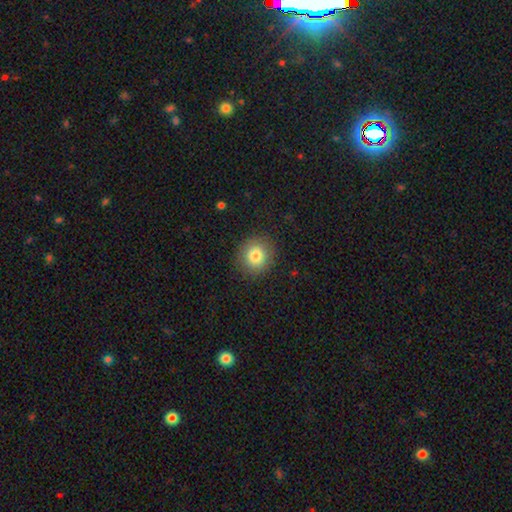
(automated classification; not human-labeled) smooth 81%, star or artifact 10%, featured or disk 9%. Down the decision tree: how rounded — round (87%); merging — none (87%).